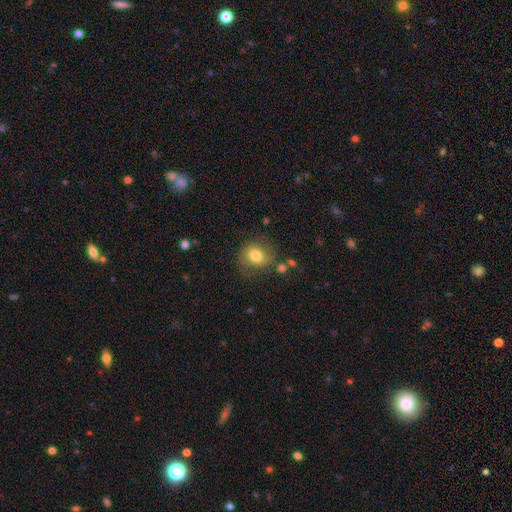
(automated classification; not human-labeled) Smooth or featured? smooth (76%)
How rounded? round (66%)
Merging? none (67%)